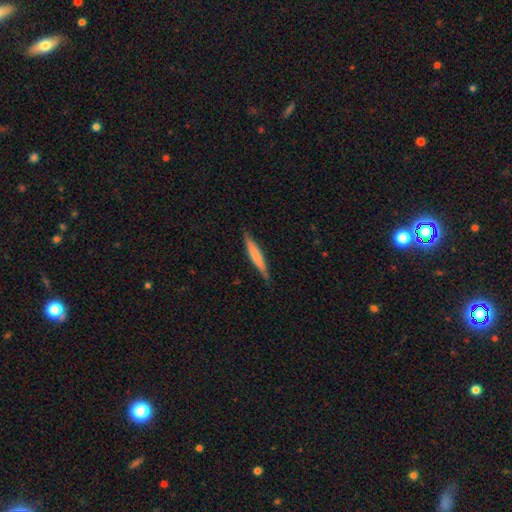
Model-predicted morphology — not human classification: smooth 61%, featured or disk 33%, star or artifact 5%. Down the decision tree: how rounded — cigar-shaped (94%); merging — none (87%).